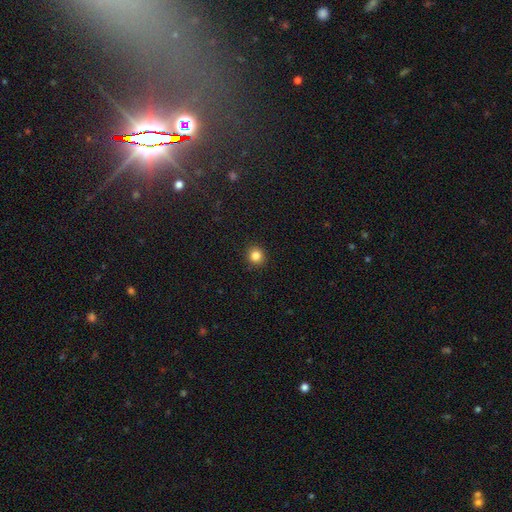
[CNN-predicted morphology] This is clearly a smooth galaxy (84%). How rounded: clearly round (90%). Merging: clearly none (92%).